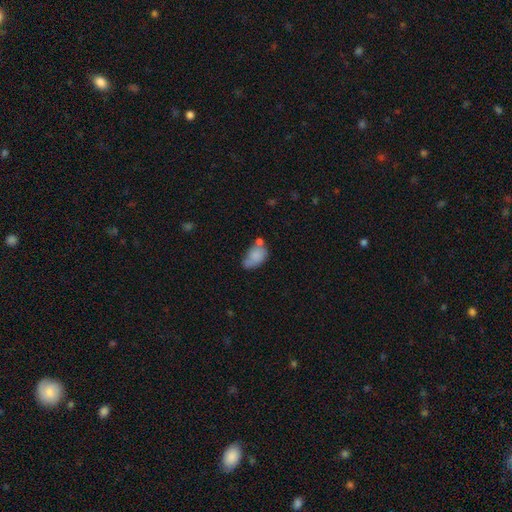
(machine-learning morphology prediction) smooth 78%, featured or disk 14%, star or artifact 9%. Down the decision tree: how rounded — in between (88%); merging — none (36%).